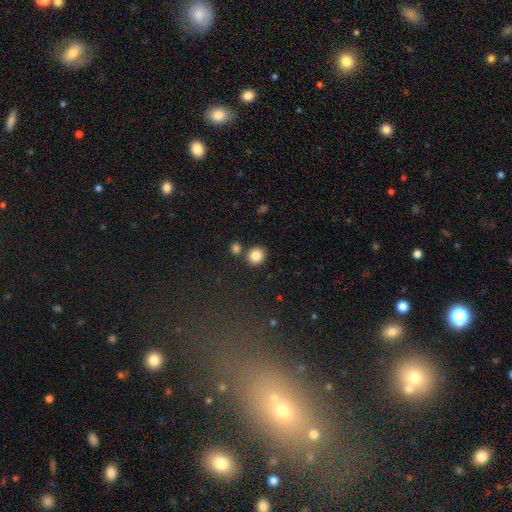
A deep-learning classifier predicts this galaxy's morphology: A smooth galaxy with no disk features (85%) that is round (81%).

Vote fractions:
- Smooth or featured? smooth: 85% / star or artifact: 10% / featured or disk: 5%
- How rounded? round: 81% / in between: 18% / cigar-shaped: 1%
- Merging? none: 78% / merger: 12% / minor disturbance: 8% / major disturbance: 2%